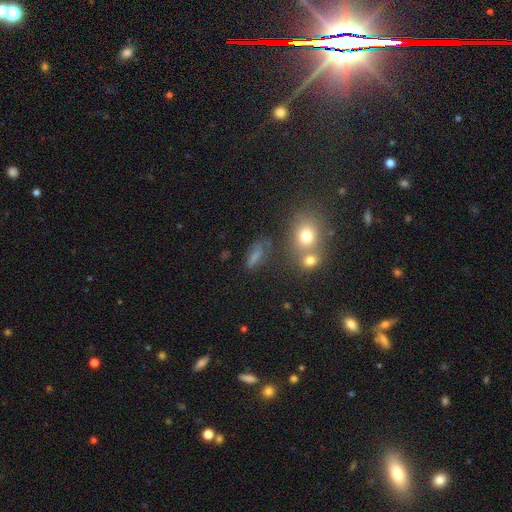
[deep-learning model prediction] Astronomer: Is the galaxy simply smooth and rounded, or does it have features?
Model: smooth — 67%.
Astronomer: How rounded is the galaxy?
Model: in between — 49% (runner-up: cigar-shaped, 35%).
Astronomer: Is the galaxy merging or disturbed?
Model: none — 63%.